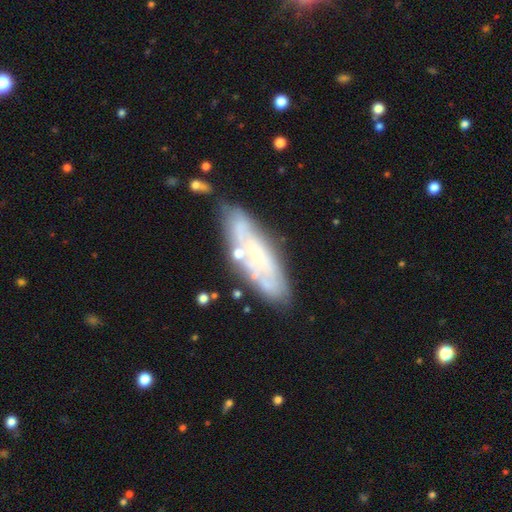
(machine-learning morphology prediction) The model was most divided on "smooth or featured": featured or disk: 57%, smooth: 35%, star or artifact: 8%. More confident: edge-on disk — no (71%); merging — none (68%).